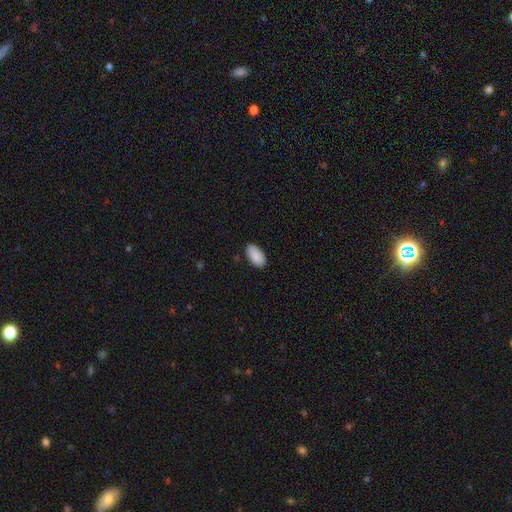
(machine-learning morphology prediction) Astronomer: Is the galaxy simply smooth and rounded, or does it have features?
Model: smooth — 89%.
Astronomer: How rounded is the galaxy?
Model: in between — 95%.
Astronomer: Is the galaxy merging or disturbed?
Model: none — 87%.